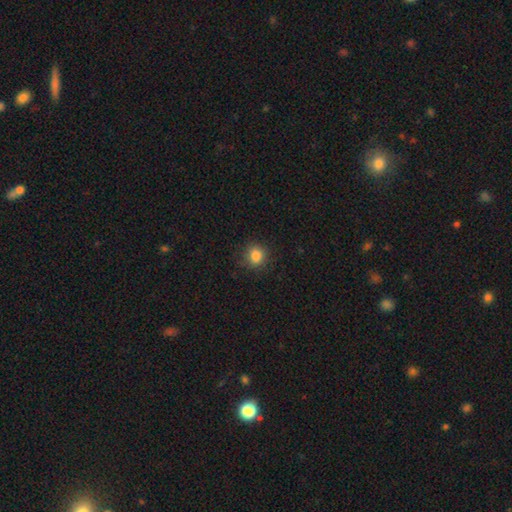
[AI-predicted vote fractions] Smooth or featured?
  - smooth: 84% *
  - star or artifact: 11%
  - featured or disk: 4%
How rounded?
  - round: 79% *
  - in between: 20%
  - cigar-shaped: 1%
Merging?
  - none: 83% *
  - minor disturbance: 12%
  - major disturbance: 3%
  - merger: 1%